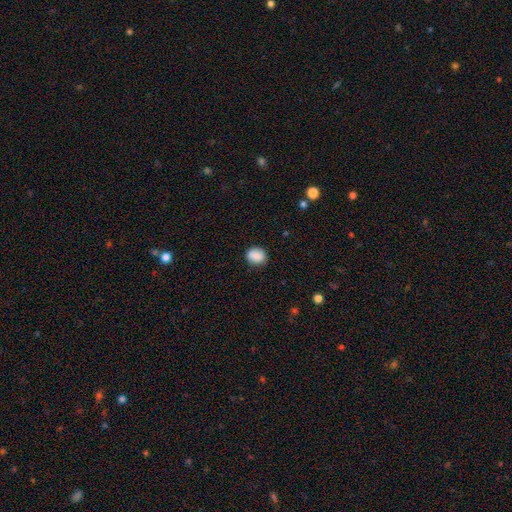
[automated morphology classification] smooth-or-featured: smooth: 86% | star or artifact: 8% | featured or disk: 5%
  how-rounded: round: 62% | in between: 37% | cigar-shaped: 1%
  merging: none: 81% | minor disturbance: 14% | major disturbance: 3% | merger: 2%